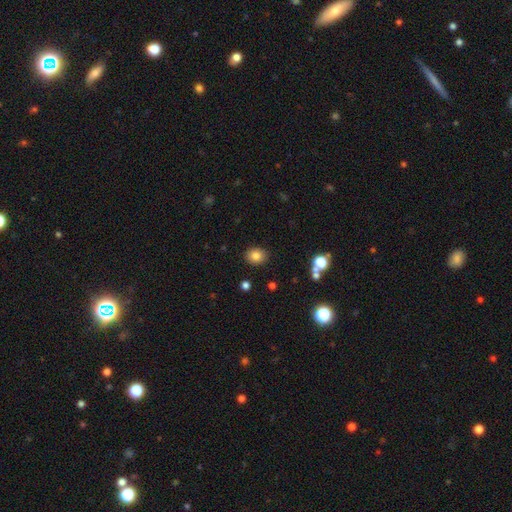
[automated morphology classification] Smooth or featured: smooth — 82% (star or artifact — 11%)
How rounded: round — 62% (in between — 37%)
Merging: none — 89% (minor disturbance — 7%)